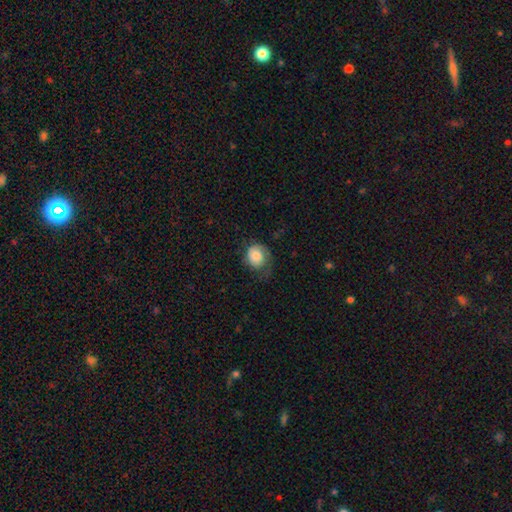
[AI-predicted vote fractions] smooth-or-featured: smooth: 73% | featured or disk: 20% | star or artifact: 7%
  how-rounded: round: 65% | in between: 34% | cigar-shaped: 1%
  merging: none: 47% | minor disturbance: 30% | major disturbance: 21% | merger: 1%